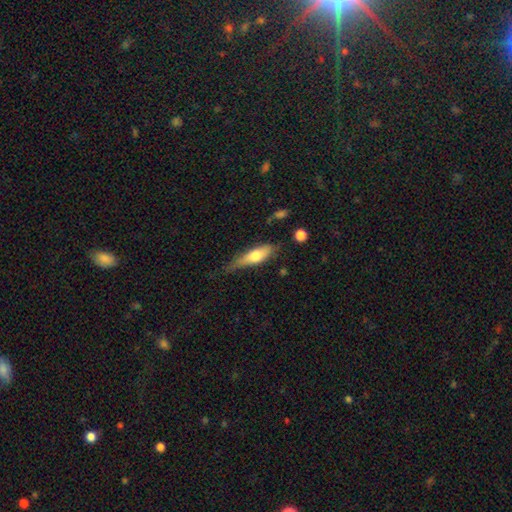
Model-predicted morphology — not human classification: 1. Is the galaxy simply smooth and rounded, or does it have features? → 61% smooth, 33% featured or disk, 6% star or artifact.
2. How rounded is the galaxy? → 54% cigar-shaped, 44% in between, 3% round.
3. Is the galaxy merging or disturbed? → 53% none, 33% minor disturbance, 10% major disturbance, 3% merger.